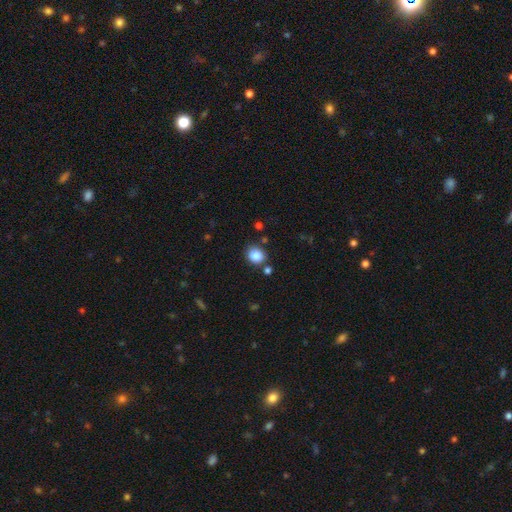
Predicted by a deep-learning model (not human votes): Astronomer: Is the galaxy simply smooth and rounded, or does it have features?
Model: smooth — 86%.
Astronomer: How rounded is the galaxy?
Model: round — 70%.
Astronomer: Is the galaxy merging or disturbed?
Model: none — 78%.